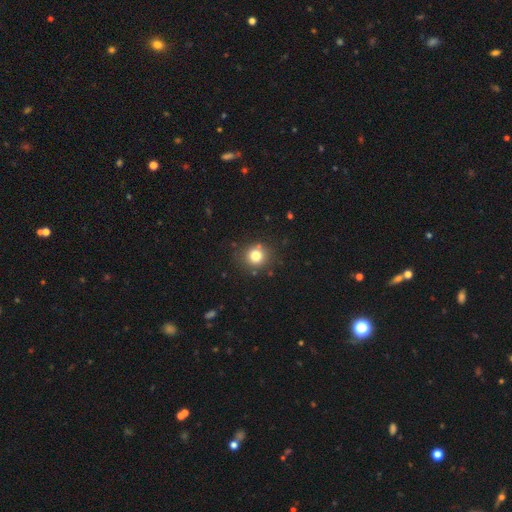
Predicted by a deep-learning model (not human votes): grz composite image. It shows a smooth galaxy with no disk features (79%) that is round (89%). Merging: none (84%).